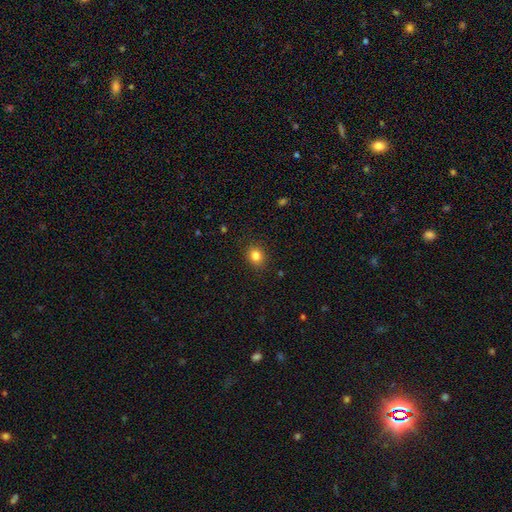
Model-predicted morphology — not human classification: A smooth galaxy with no disk features (83%) that is round (73%). Merging: none (89%).